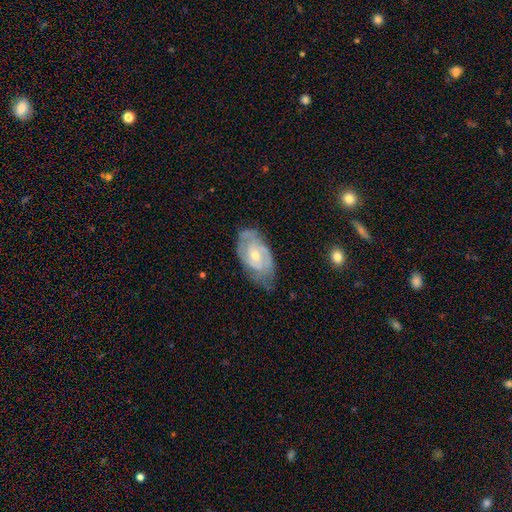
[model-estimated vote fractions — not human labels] This is likely a featured or disk galaxy (78%). It is clearly not viewed edge-on (95%). Bar: likely no (60%). Spiral arm pattern: clearly yes (89%). Spiral arm count: possibly 2 (49%). Spiral winding: possibly tight (55%). Central bulge: possibly small (49%). Merging: possibly none (60%).